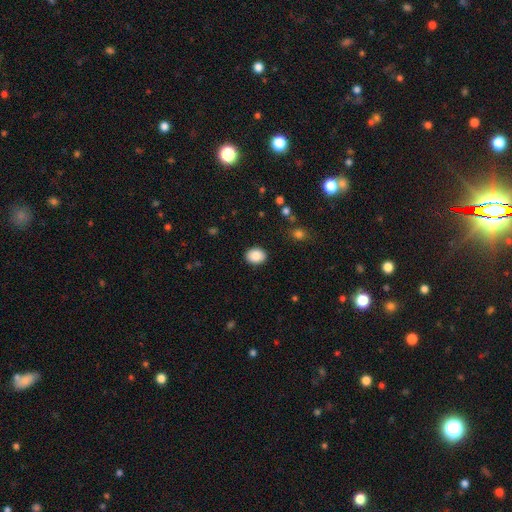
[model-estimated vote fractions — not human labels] smooth_or_featured: smooth (p=0.86) [alt: star or artifact p=0.08]
how_rounded: in between (p=0.51) [alt: round p=0.48]
merging: none (p=0.90) [alt: minor disturbance p=0.07]